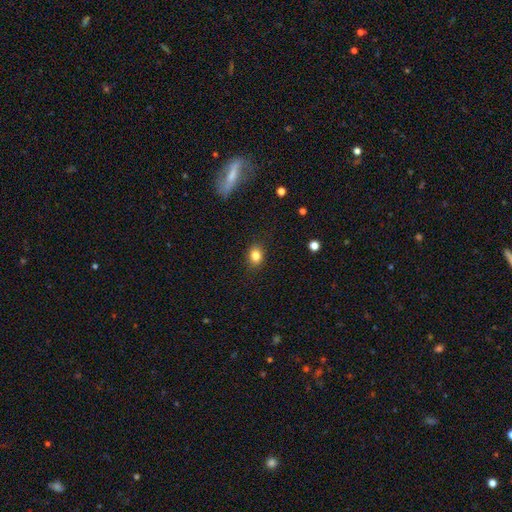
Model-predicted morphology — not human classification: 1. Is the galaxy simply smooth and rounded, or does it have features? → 83% smooth, 10% star or artifact, 6% featured or disk.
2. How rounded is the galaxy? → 55% in between, 44% round, 1% cigar-shaped.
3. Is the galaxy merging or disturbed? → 86% none, 10% minor disturbance, 3% major disturbance, 1% merger.